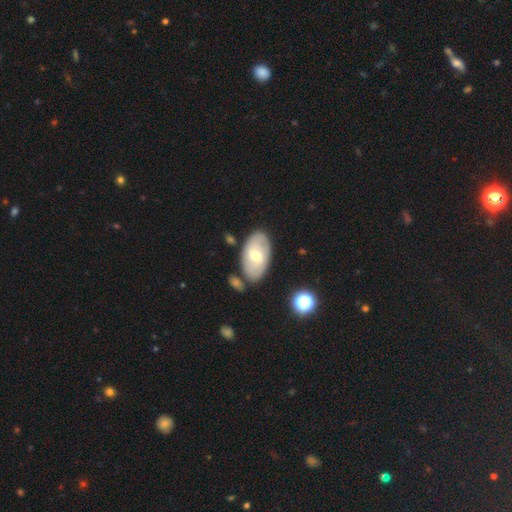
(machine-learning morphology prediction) Smooth or featured? Predicted: featured or disk (p=0.47). Merging? Predicted: none (p=0.76).